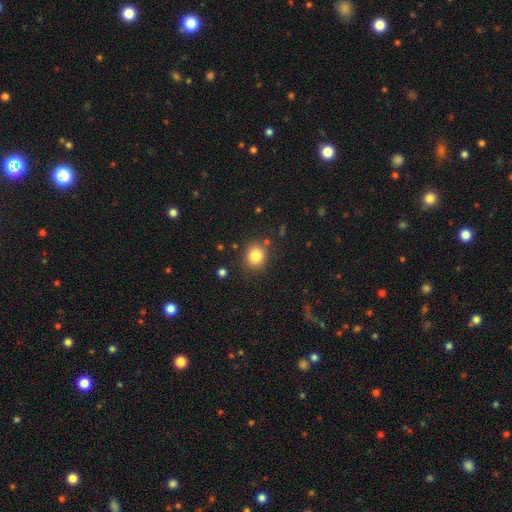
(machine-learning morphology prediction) Smooth or featured? Predicted: smooth (p=0.83). How rounded? Predicted: round (p=0.81). Merging? Predicted: none (p=0.84).